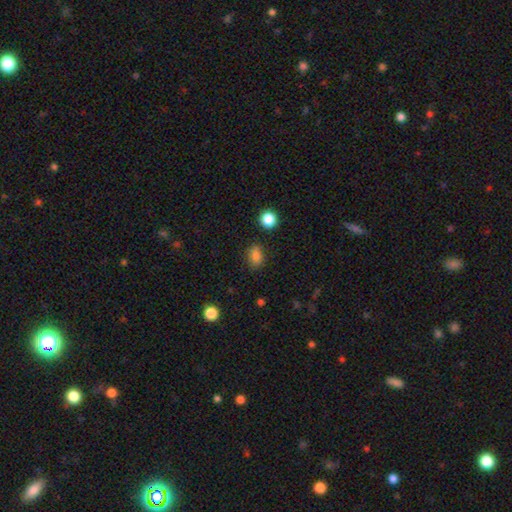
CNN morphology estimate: The model was most divided on "how rounded": in between: 69%, round: 29%, cigar-shaped: 2%. More confident: smooth or featured — smooth (83%); merging — none (80%).